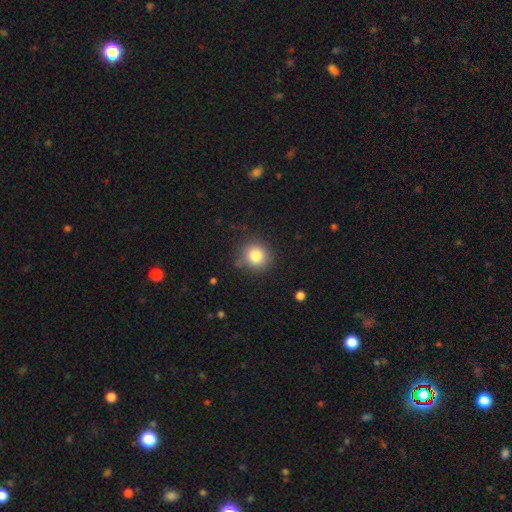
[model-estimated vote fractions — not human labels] The model was most divided on "merging": none: 81%, minor disturbance: 13%, major disturbance: 3%, merger: 2%. More confident: how rounded — round (90%); smooth or featured — smooth (83%).